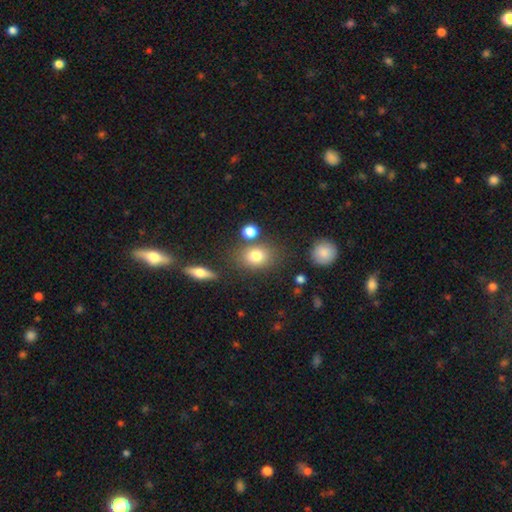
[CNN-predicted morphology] type=smooth (78%); roundness=in between (52%); merging=none (72%).